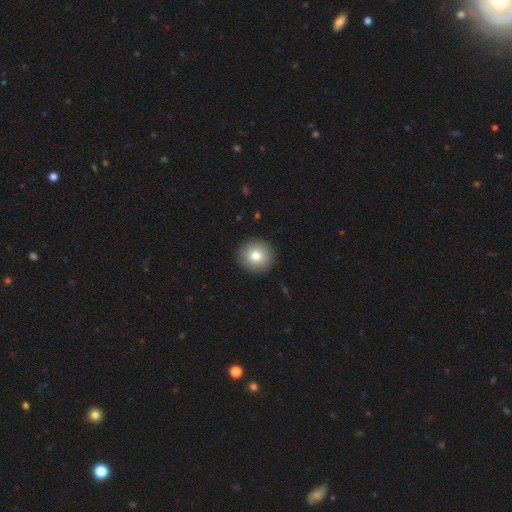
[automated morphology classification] The model was most divided on "smooth or featured": smooth: 80%, featured or disk: 11%, star or artifact: 10%. More confident: how rounded — round (93%); merging — none (92%).